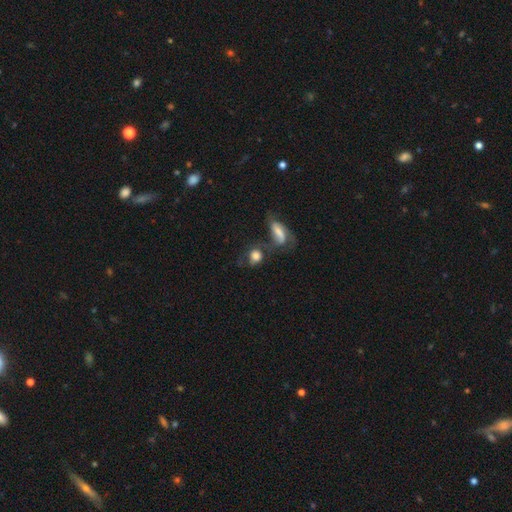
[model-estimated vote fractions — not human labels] The model was most divided on "merging": none: 39%, merger: 30%, minor disturbance: 17%, major disturbance: 15%. More confident: smooth or featured — smooth (69%); how rounded — round (58%).